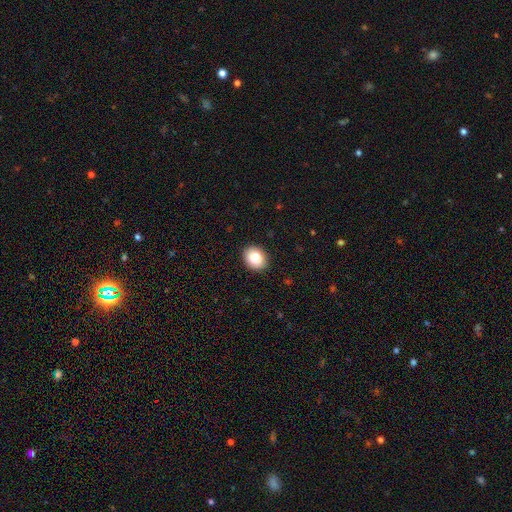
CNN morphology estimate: A smooth galaxy with no disk features (86%) that is in between round and cigar-shaped (58%).

Vote fractions:
- Smooth or featured? smooth: 86% / star or artifact: 8% / featured or disk: 7%
- How rounded? in between: 58% / round: 41% / cigar-shaped: 1%
- Merging? none: 90% / minor disturbance: 7% / major disturbance: 2% / merger: 1%